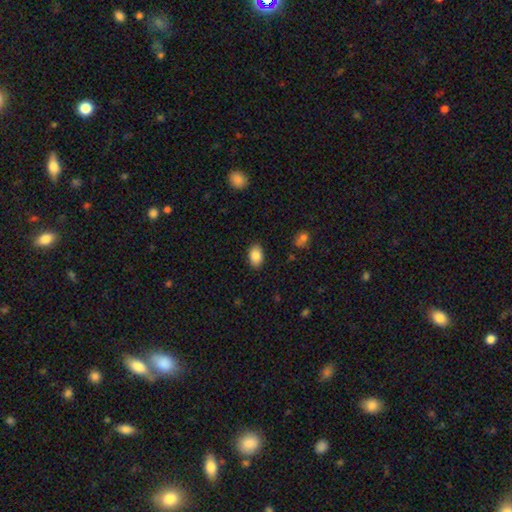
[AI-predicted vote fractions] smooth_or_featured: smooth (p=0.86) [alt: star or artifact p=0.08]
how_rounded: in between (p=0.86) [alt: round p=0.13]
merging: none (p=0.87) [alt: minor disturbance p=0.10]